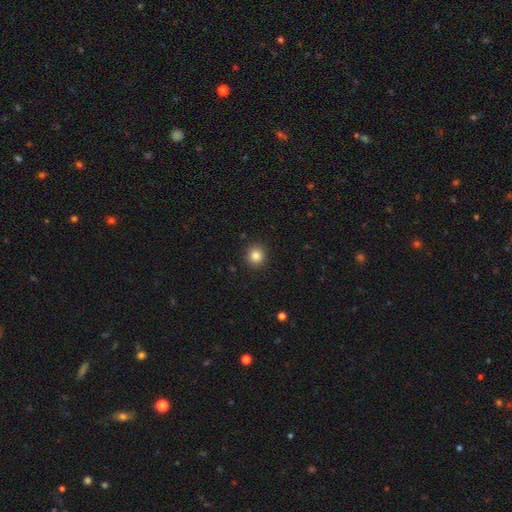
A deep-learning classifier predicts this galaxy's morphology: This is clearly a smooth galaxy (84%). How rounded: clearly round (91%). Merging: clearly none (91%).